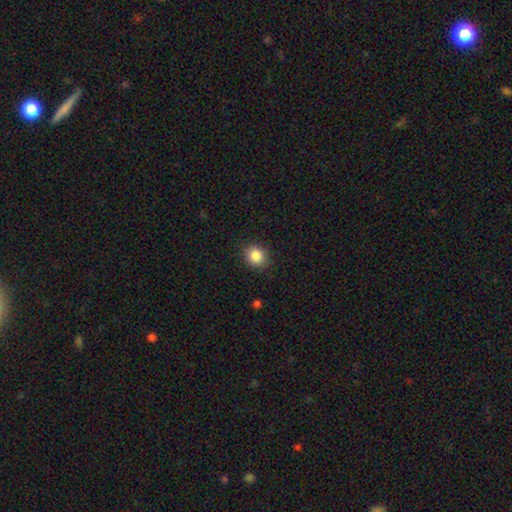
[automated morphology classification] Q: Smooth or featured?
A: smooth (85%); runner-up: star or artifact (10%)
Q: How rounded?
A: round (73%); runner-up: in between (26%)
Q: Merging?
A: none (88%); runner-up: minor disturbance (8%)